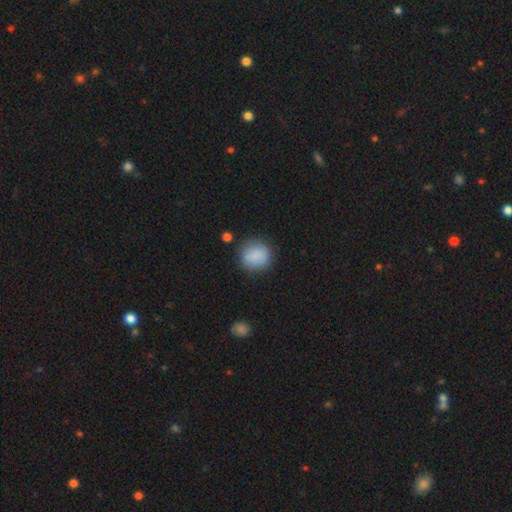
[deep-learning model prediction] Smooth or featured? smooth (86%)
How rounded? round (83%)
Merging? none (79%)